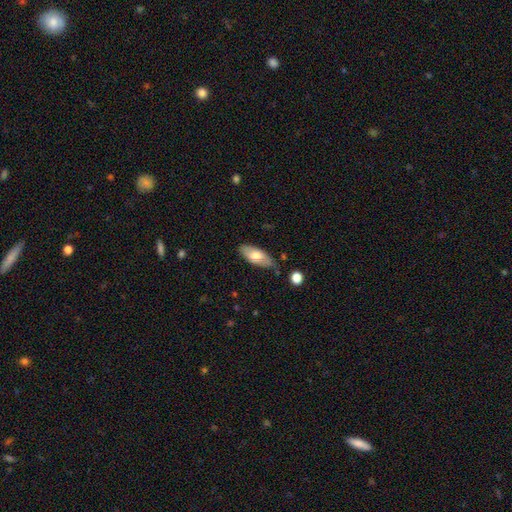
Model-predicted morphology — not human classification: This is likely a smooth galaxy (68%). How rounded: clearly in between (83%). Merging: likely none (73%).